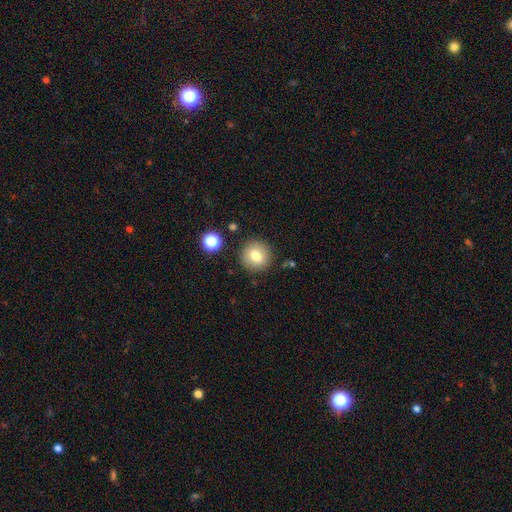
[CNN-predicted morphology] This appears to be a smooth galaxy with no disk features (78%) that is round (88%). Merging: none (87%).